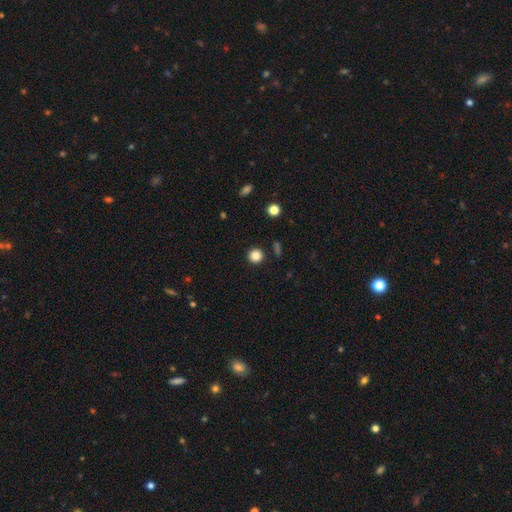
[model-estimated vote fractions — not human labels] Q: Smooth or featured?
A: smooth (86%); runner-up: star or artifact (11%)
Q: How rounded?
A: round (93%); runner-up: in between (6%)
Q: Merging?
A: none (90%); runner-up: minor disturbance (5%)